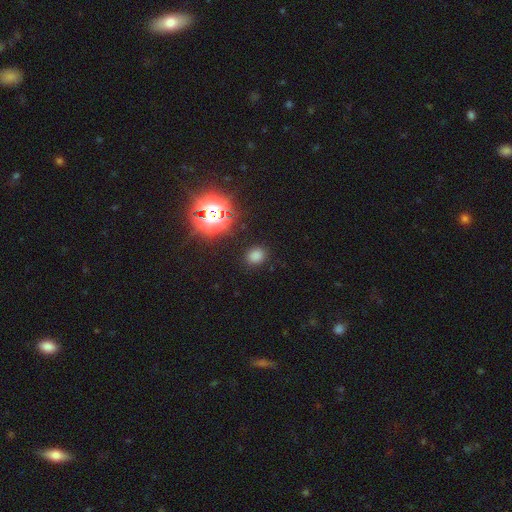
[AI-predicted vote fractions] A smooth galaxy with no disk features (72%) that is round (64%).

Vote fractions:
- Smooth or featured? smooth: 72% / star or artifact: 23% / featured or disk: 5%
- How rounded? round: 64% / in between: 35% / cigar-shaped: 1%
- Merging? none: 87% / minor disturbance: 8% / major disturbance: 3% / merger: 2%